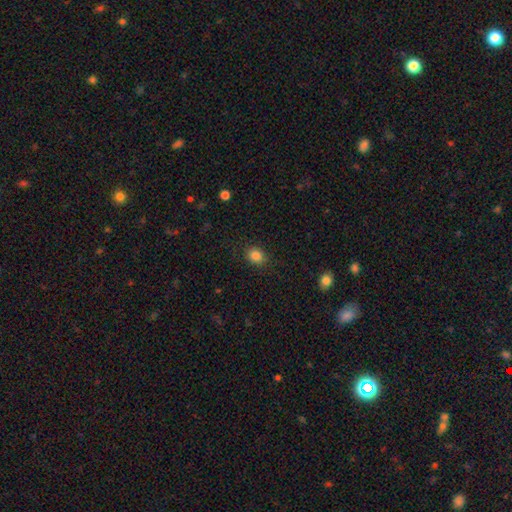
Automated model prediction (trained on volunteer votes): Smooth or featured? smooth (85%)
How rounded? round (55%)
Merging? none (86%)